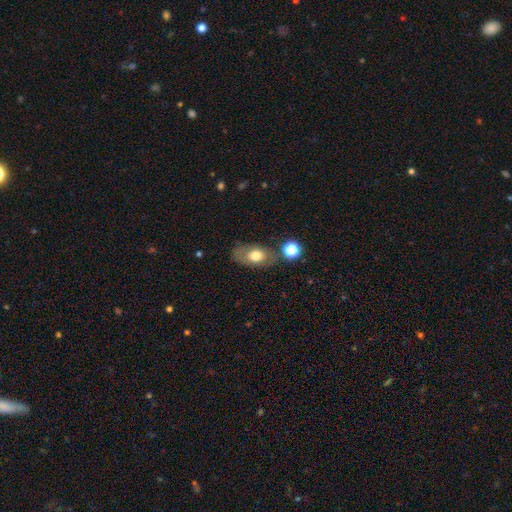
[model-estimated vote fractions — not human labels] A smooth galaxy with no disk features (68%) that is in between round and cigar-shaped (83%).

Vote fractions:
- Smooth or featured? smooth: 68% / featured or disk: 23% / star or artifact: 9%
- How rounded? in between: 83% / round: 14% / cigar-shaped: 3%
- Merging? none: 67% / minor disturbance: 18% / merger: 8% / major disturbance: 7%